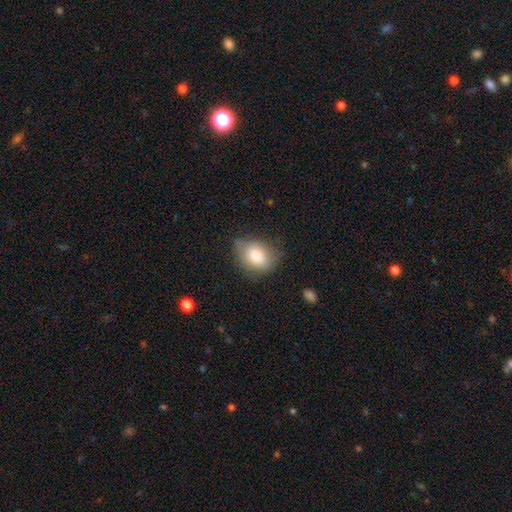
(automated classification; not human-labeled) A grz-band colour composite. It shows a smooth galaxy with no disk features (81%) that is in between round and cigar-shaped (73%). Merging: none (59%).